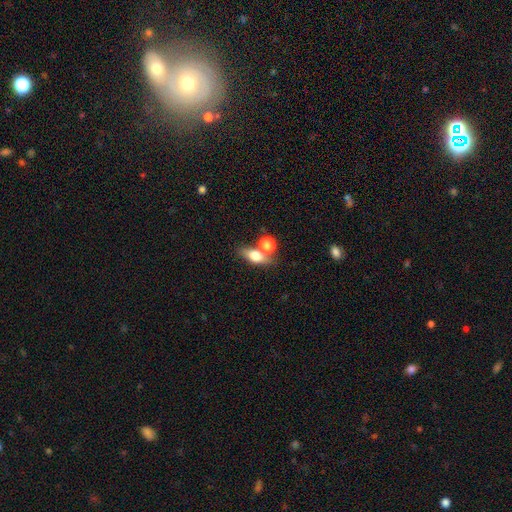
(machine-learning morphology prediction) type=smooth (67%); roundness=in between (63%); merging=none (55%).